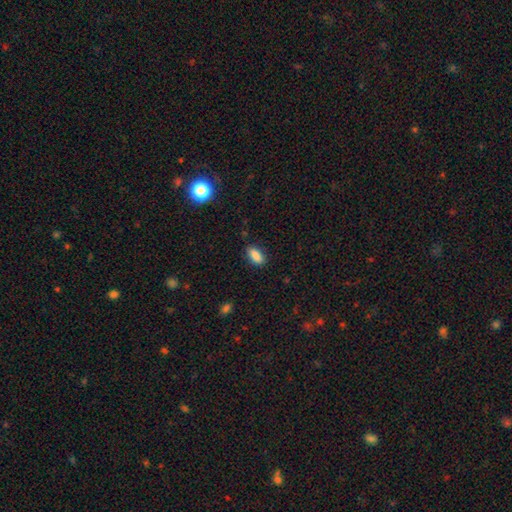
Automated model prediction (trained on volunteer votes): The model was most divided on "how rounded": in between: 83%, cigar-shaped: 13%, round: 4%. More confident: smooth or featured — smooth (87%); merging — none (85%).